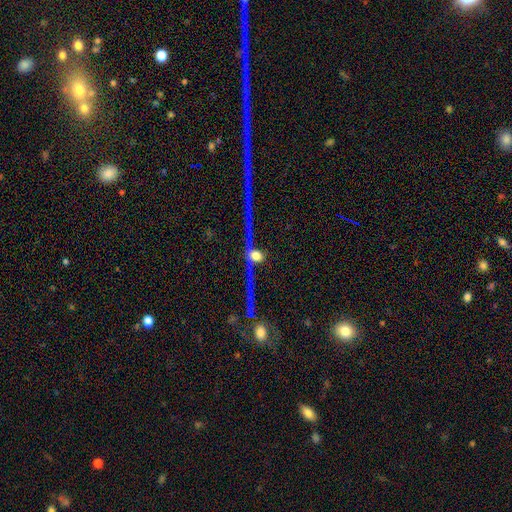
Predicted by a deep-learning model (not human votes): Smooth or featured? Predicted: featured or disk (p=0.63). Edge-on disk? Predicted: yes (p=0.78). Merging? Predicted: none (p=0.67).